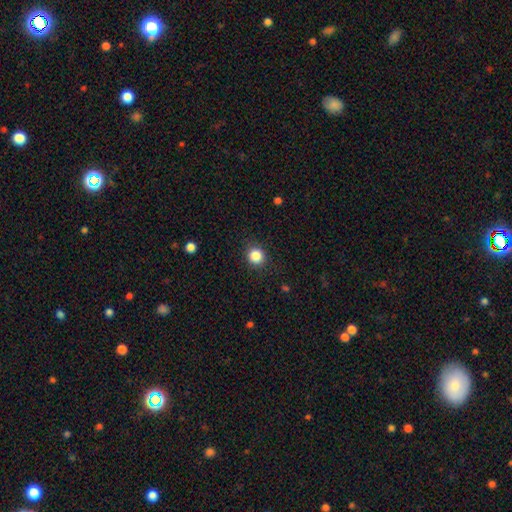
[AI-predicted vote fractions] smooth 85%, star or artifact 11%, featured or disk 4%. Down the decision tree: how rounded — round (86%); merging — none (88%).